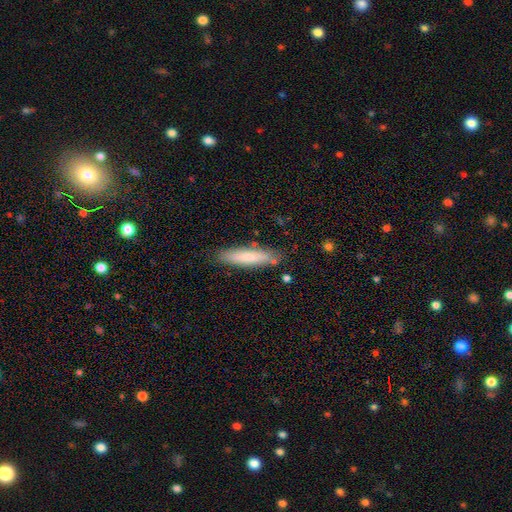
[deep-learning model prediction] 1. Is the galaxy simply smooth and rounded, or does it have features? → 76% smooth, 18% featured or disk, 6% star or artifact.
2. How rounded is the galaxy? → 76% cigar-shaped, 23% in between, 2% round.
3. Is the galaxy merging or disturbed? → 82% none, 12% minor disturbance, 3% merger, 3% major disturbance.